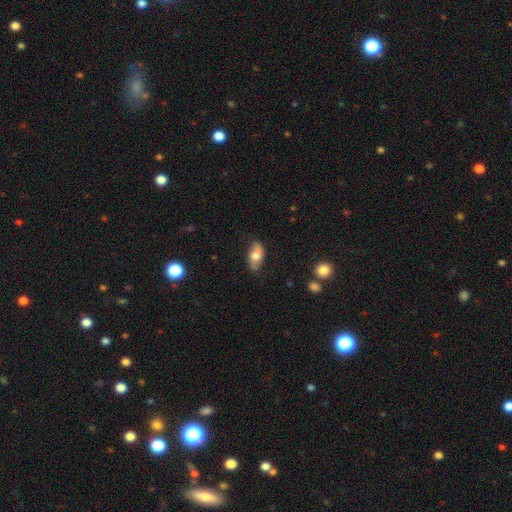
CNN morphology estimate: A smooth galaxy with no disk features (66%) that is in between round and cigar-shaped (90%). Merging: none (77%).